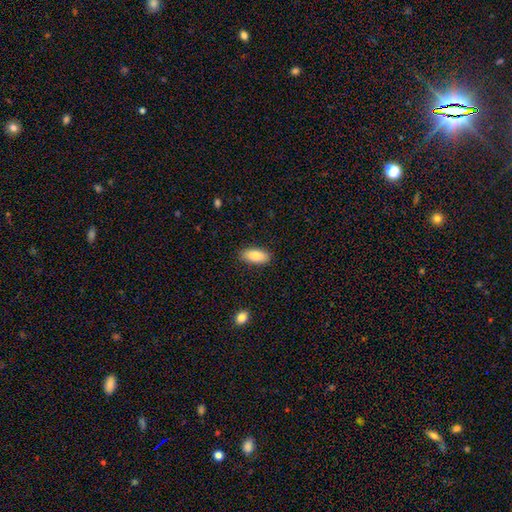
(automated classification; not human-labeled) Morphology: type=smooth (87%); roundness=in between (90%); merging=none (87%).